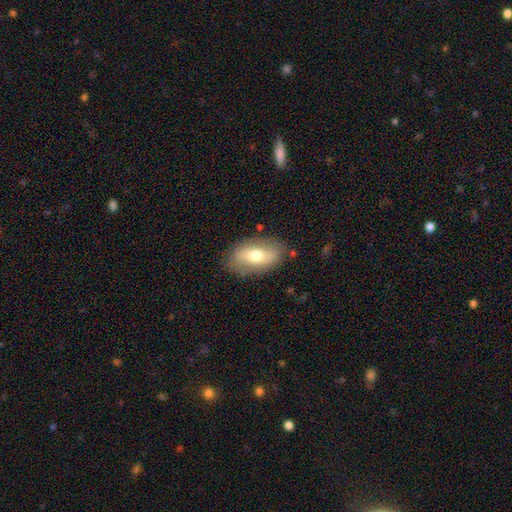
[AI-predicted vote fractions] Overall: smooth (54%; featured or disk 40%). How rounded: in between (89%). Merging: none (81%).